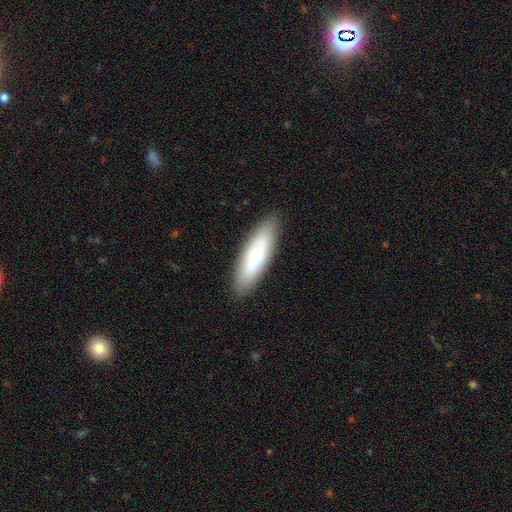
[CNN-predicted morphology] This appears to be a smooth galaxy with no disk features (58%) that is in between round and cigar-shaped (50%). Merging: none (87%).